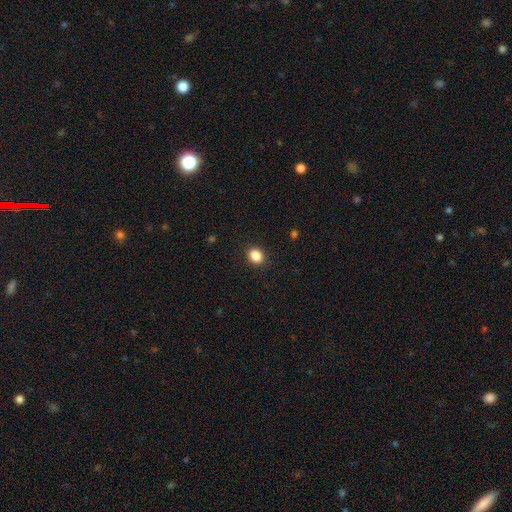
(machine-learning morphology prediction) Overall: smooth (86%). How rounded: round (61%; in between 38%). Merging: none (90%).